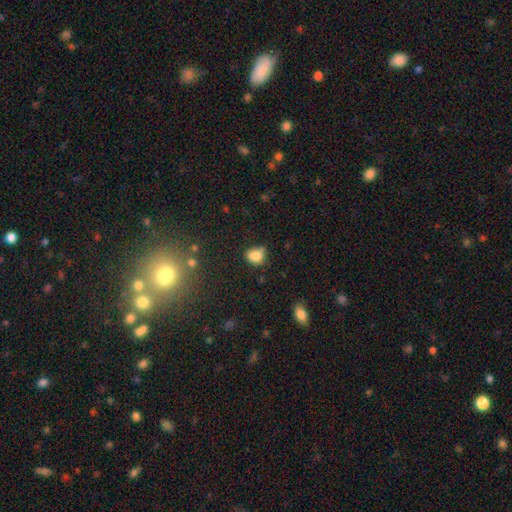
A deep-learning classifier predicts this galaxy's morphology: Overall: smooth (78%). How rounded: in between (50%; round 49%). Merging: none (41%; minor disturbance 34%).